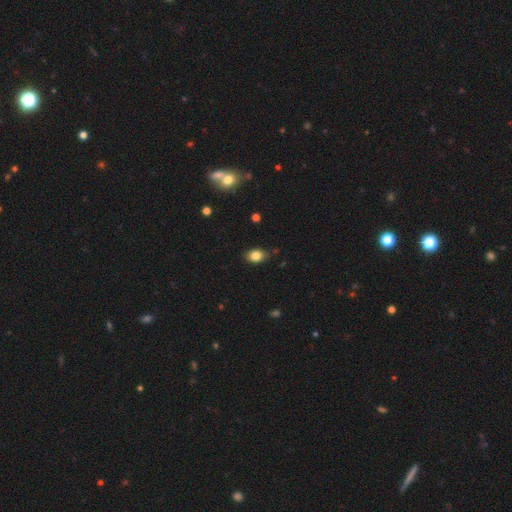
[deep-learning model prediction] The model was most divided on "how rounded": in between: 73%, round: 26%, cigar-shaped: 1%. More confident: smooth or featured — smooth (83%); merging — none (82%).